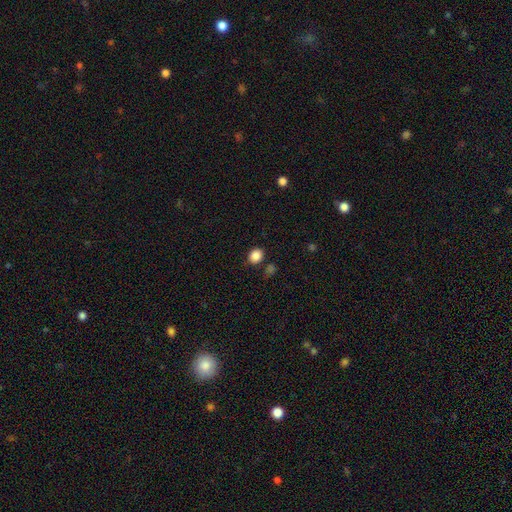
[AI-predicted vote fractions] smooth 86%, star or artifact 10%, featured or disk 4%. Down the decision tree: how rounded — round (64%); merging — none (82%).